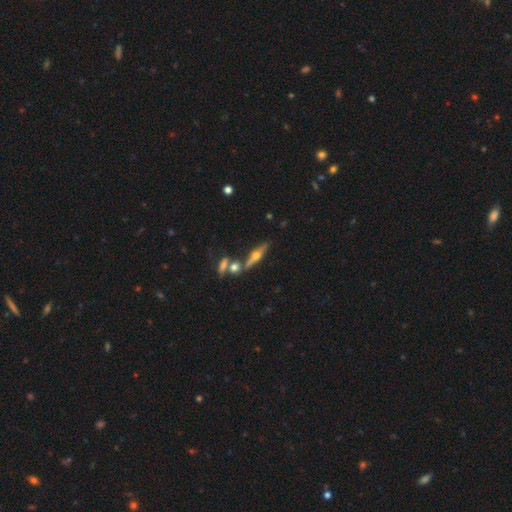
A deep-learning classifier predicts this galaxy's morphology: Smooth or featured?
  - featured or disk: 76% *
  - smooth: 17%
  - star or artifact: 8%
Edge-on disk?
  - yes: 96% *
  - no: 4%
Edge-on bulge?
  - rounded: 95% *
  - boxy: 3%
  - none: 2%
Merging?
  - none: 73% *
  - merger: 14%
  - minor disturbance: 9%
  - major disturbance: 3%